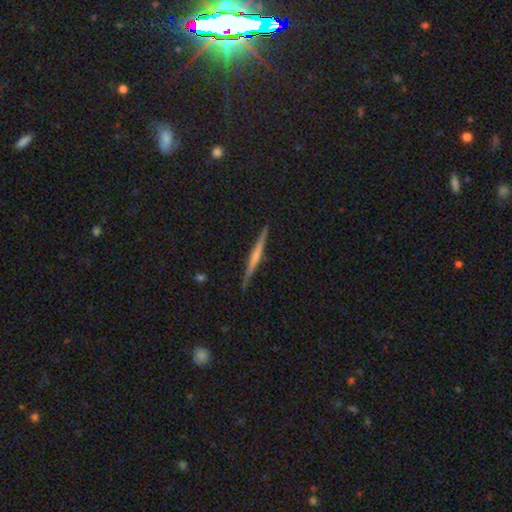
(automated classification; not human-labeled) Q: Smooth or featured?
A: featured or disk (64%); runner-up: smooth (30%)
Q: Edge-on disk?
A: yes (98%); runner-up: no (2%)
Q: Edge-on bulge?
A: none (47%); runner-up: rounded (37%)
Q: Merging?
A: none (90%); runner-up: minor disturbance (7%)